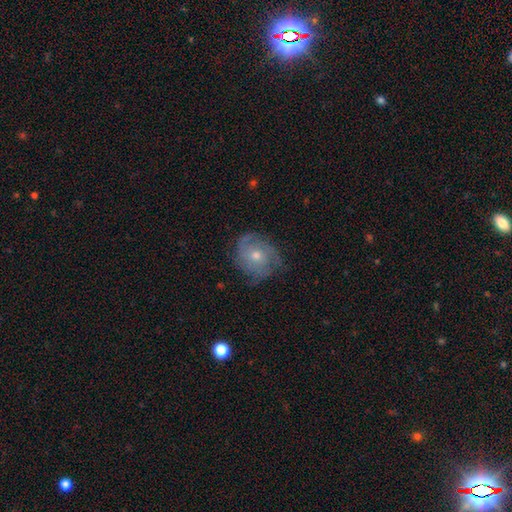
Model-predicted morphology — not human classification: The model was most divided on "bulge size": moderate: 52%, small: 45%, large: 2%, none: 1%, dominant: 1%. Remaining: edge-on disk — no (97%); spiral arms — yes (84%); bar — no (82%); merging — none (70%); smooth or featured — featured or disk (66%); spiral winding — tight (55%); spiral arm count — can't tell (40%).